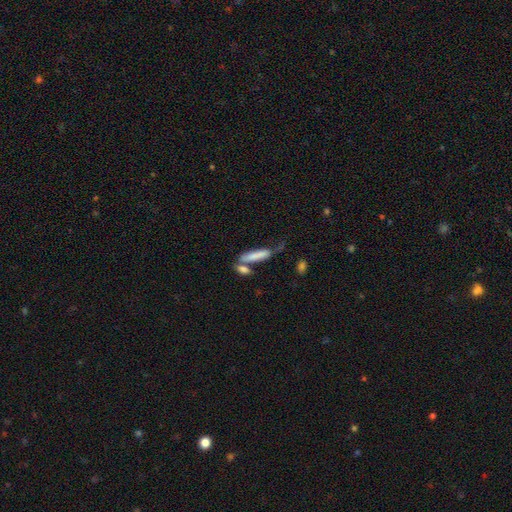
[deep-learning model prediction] smooth-or-featured: smooth: 76% | featured or disk: 17% | star or artifact: 7%
  how-rounded: cigar-shaped: 73% | in between: 25% | round: 2%
  merging: none: 40% | merger: 33% | minor disturbance: 18% | major disturbance: 10%